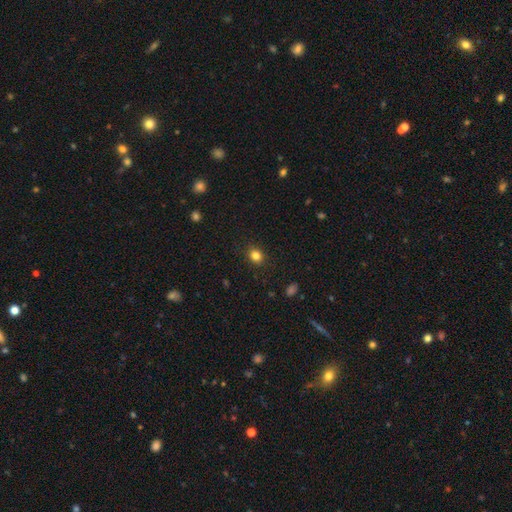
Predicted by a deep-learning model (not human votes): This is clearly a smooth galaxy (83%). How rounded: likely round (62%). Merging: clearly none (88%).